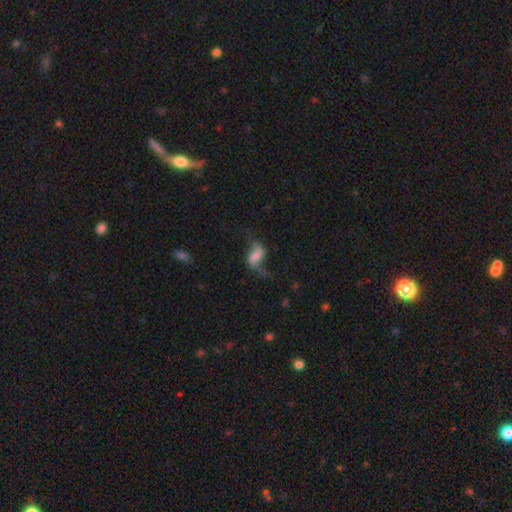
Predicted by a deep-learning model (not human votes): Q: Smooth or featured?
A: featured or disk (68%); runner-up: smooth (22%)
Q: Edge-on disk?
A: no (96%); runner-up: yes (4%)
Q: Bar?
A: weak (40%); runner-up: strong (30%)
Q: Spiral arms?
A: yes (89%); runner-up: no (11%)
Q: Spiral winding?
A: loose (87%); runner-up: medium (10%)
Q: Spiral arm count?
A: 2 (88%); runner-up: 1 (7%)
Q: Bulge size?
A: none (49%); runner-up: small (21%)
Q: Merging?
A: none (52%); runner-up: major disturbance (24%)